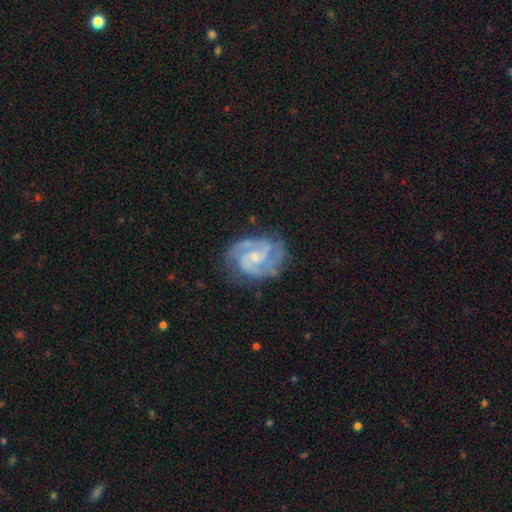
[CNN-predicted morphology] featured or disk 90%, smooth 6%, star or artifact 5%. Down the decision tree: edge-on disk — no (98%); bar — no (46%); spiral arms — yes (98%); spiral arm count — 2 (63%); spiral winding — medium (48%); bulge size — small (59%); merging — none (74%).